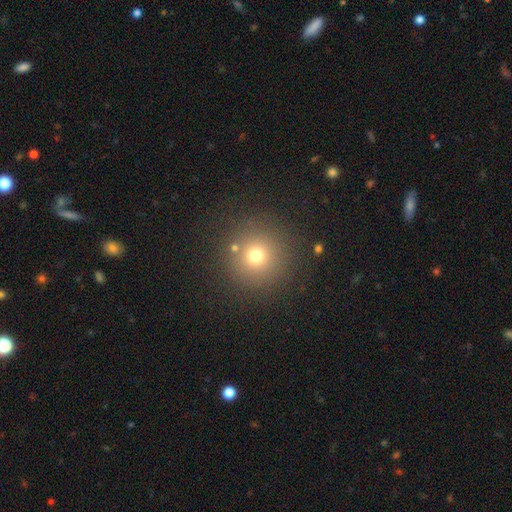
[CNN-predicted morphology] Smooth or featured?
  - smooth: 71% *
  - star or artifact: 19%
  - featured or disk: 10%
How rounded?
  - round: 95% *
  - in between: 4%
  - cigar-shaped: 1%
Merging?
  - none: 86% *
  - minor disturbance: 7%
  - major disturbance: 4%
  - merger: 3%